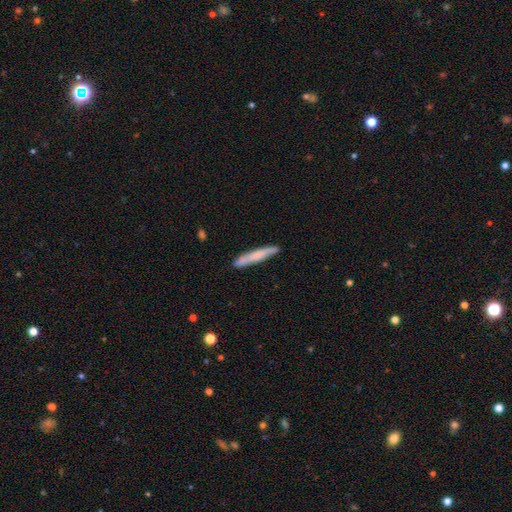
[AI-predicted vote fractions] The model was most divided on "smooth or featured": smooth: 65%, featured or disk: 29%, star or artifact: 6%. More confident: how rounded — cigar-shaped (95%); merging — none (85%).